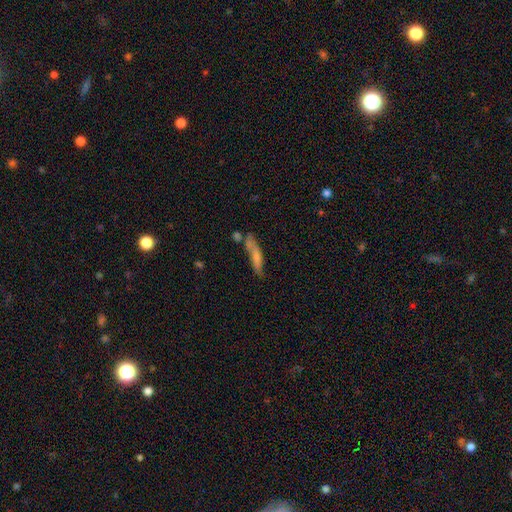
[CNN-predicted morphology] Q: Smooth or featured?
A: smooth (62%); runner-up: featured or disk (30%)
Q: How rounded?
A: cigar-shaped (83%); runner-up: in between (15%)
Q: Merging?
A: none (51%); runner-up: minor disturbance (21%)